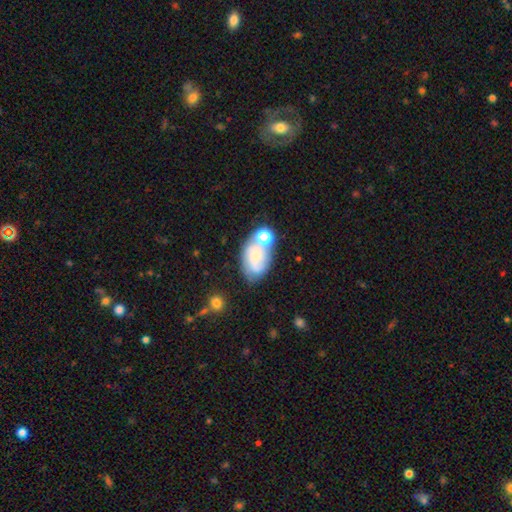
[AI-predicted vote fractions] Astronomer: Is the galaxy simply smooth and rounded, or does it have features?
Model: featured or disk — 48% (runner-up: smooth, 41%).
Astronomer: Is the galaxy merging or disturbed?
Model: none — 41% (runner-up: merger, 28%).